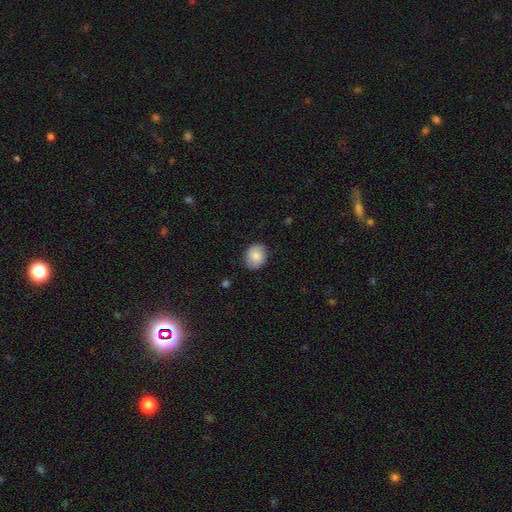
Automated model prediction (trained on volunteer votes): This appears to be a smooth galaxy with no disk features (82%) that is round (63%). Merging: none (84%).